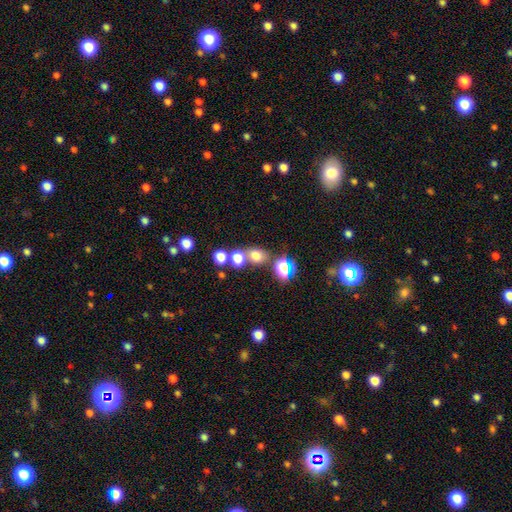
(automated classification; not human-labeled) This appears to be a smooth galaxy with no disk features (69%) that is round (61%). Merging: none (56%).